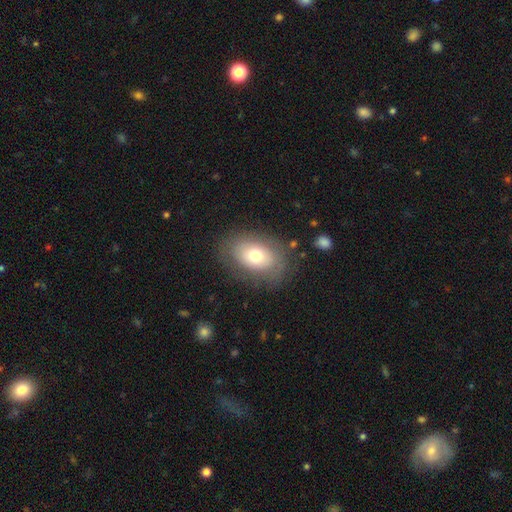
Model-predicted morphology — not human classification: Smooth or featured? smooth (64%)
How rounded? in between (81%)
Merging? none (75%)